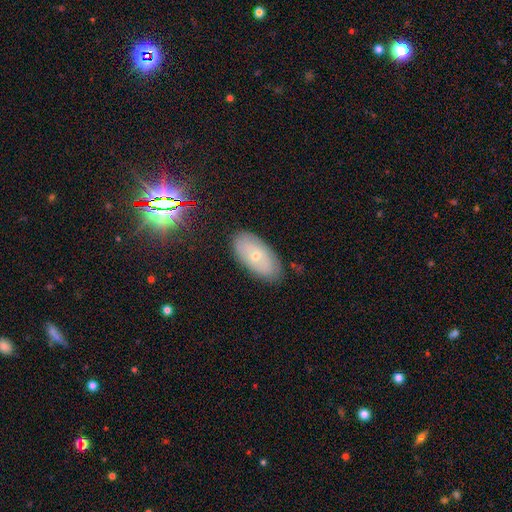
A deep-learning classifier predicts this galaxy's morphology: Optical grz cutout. It shows a smooth galaxy with no disk features (51%) that is in between round and cigar-shaped (92%). Merging: none (82%).